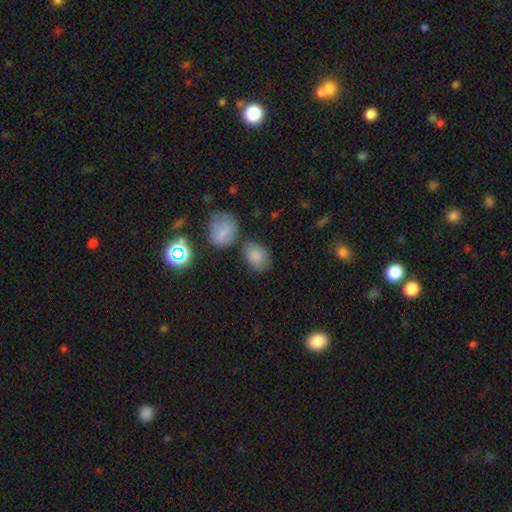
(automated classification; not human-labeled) smooth-or-featured: smooth: 82% | featured or disk: 9% | star or artifact: 9%
  how-rounded: in between: 76% | round: 23% | cigar-shaped: 1%
  merging: none: 65% | minor disturbance: 16% | merger: 13% | major disturbance: 5%